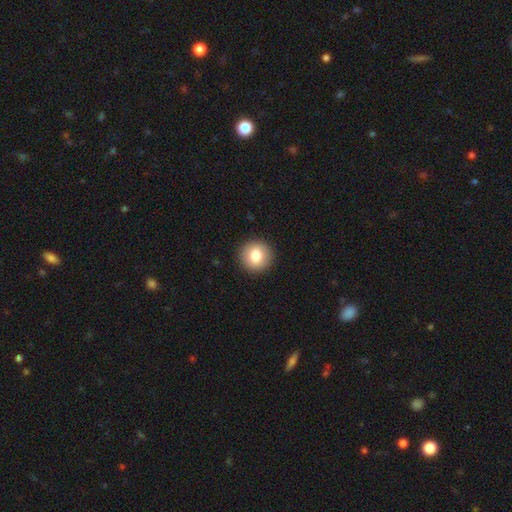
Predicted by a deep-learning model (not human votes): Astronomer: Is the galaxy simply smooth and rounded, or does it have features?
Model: smooth — 83%.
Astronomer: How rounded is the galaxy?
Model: round — 93%.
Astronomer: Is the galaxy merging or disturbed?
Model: none — 92%.